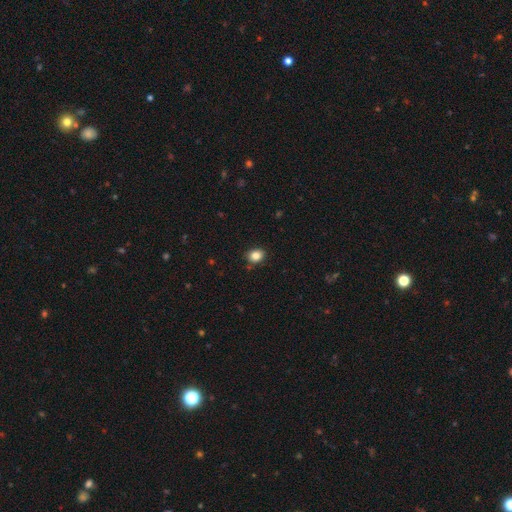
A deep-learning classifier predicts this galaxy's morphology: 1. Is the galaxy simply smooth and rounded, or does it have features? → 85% smooth, 10% star or artifact, 5% featured or disk.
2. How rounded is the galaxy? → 52% in between, 47% round, 1% cigar-shaped.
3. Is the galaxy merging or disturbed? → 86% none, 10% minor disturbance, 2% major disturbance, 2% merger.